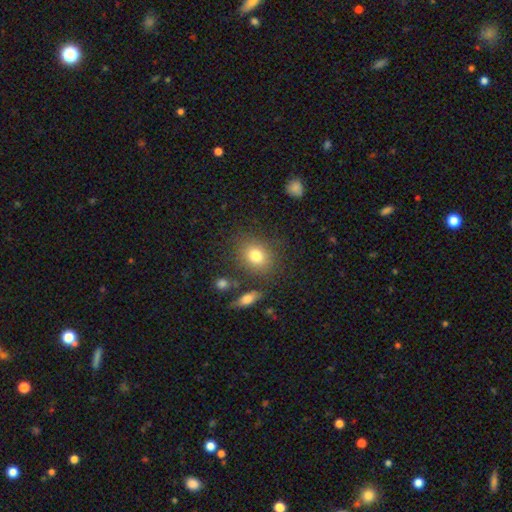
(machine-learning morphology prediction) Q: Smooth or featured?
A: smooth (79%); runner-up: star or artifact (11%)
Q: How rounded?
A: round (54%); runner-up: in between (45%)
Q: Merging?
A: none (81%); runner-up: minor disturbance (11%)